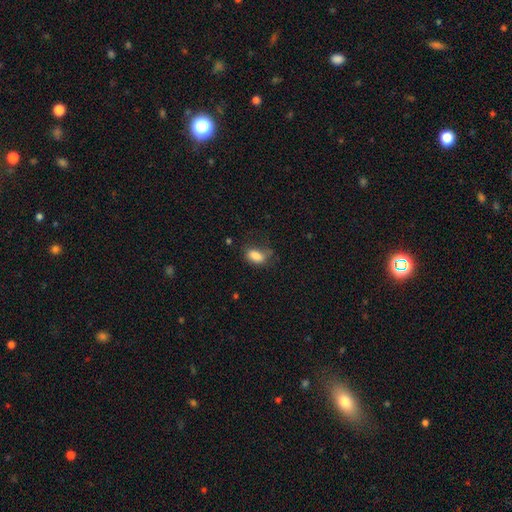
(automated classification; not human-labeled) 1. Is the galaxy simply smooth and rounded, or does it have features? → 84% smooth, 9% star or artifact, 8% featured or disk.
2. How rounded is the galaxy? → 88% in between, 9% round, 3% cigar-shaped.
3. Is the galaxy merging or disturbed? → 55% none, 29% minor disturbance, 13% major disturbance, 3% merger.